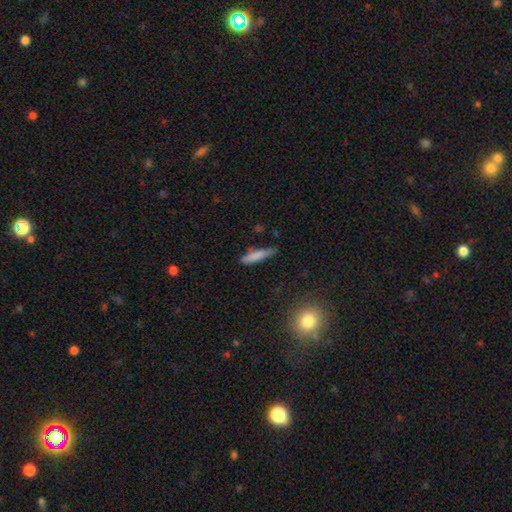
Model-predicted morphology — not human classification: A smooth galaxy with no disk features (79%) that is cigar-shaped (84%). Merging: none (68%).